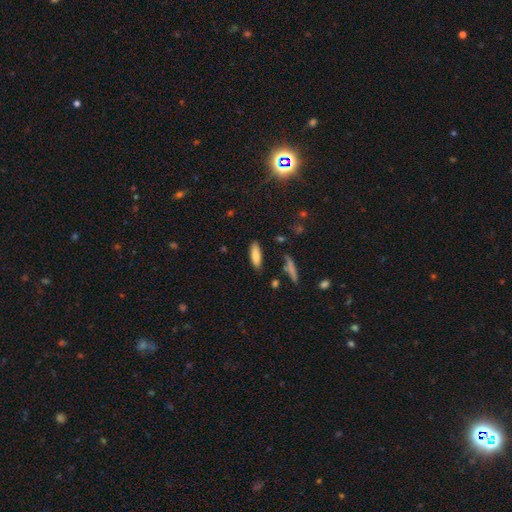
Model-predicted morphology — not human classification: This appears to be a smooth galaxy with no disk features (83%) that is in between round and cigar-shaped (57%). Merging: none (81%).